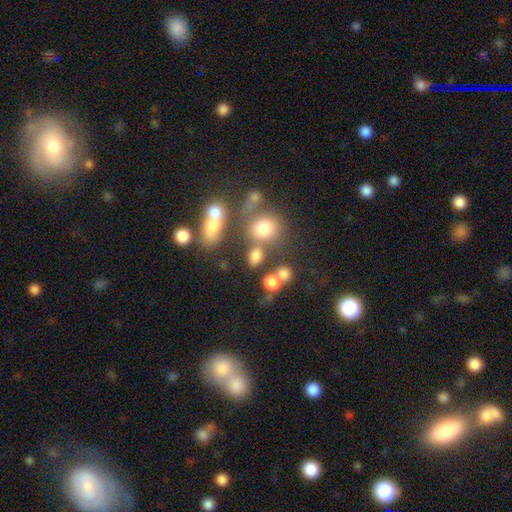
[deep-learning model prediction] The model was most divided on "how rounded": in between: 49%, round: 48%, cigar-shaped: 3%. Remaining: smooth or featured — smooth (74%); merging — none (48%).